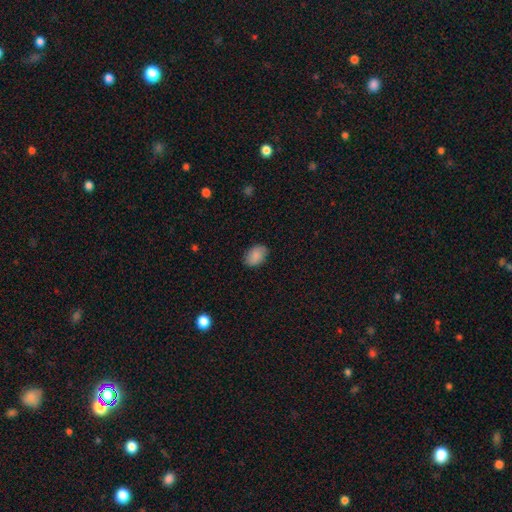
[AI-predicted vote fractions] Smooth or featured?
  - smooth: 85% *
  - featured or disk: 7%
  - star or artifact: 7%
How rounded?
  - in between: 85% *
  - round: 14%
  - cigar-shaped: 1%
Merging?
  - none: 84% *
  - minor disturbance: 13%
  - major disturbance: 3%
  - merger: 1%